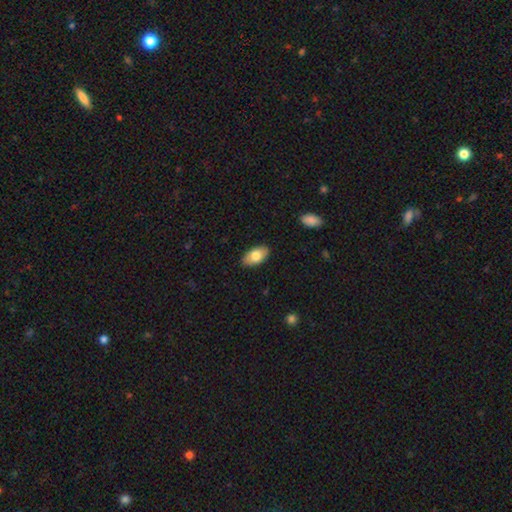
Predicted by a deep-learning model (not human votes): The model was most divided on "smooth or featured": smooth: 79%, featured or disk: 15%, star or artifact: 6%. More confident: how rounded — in between (94%); merging — none (88%).